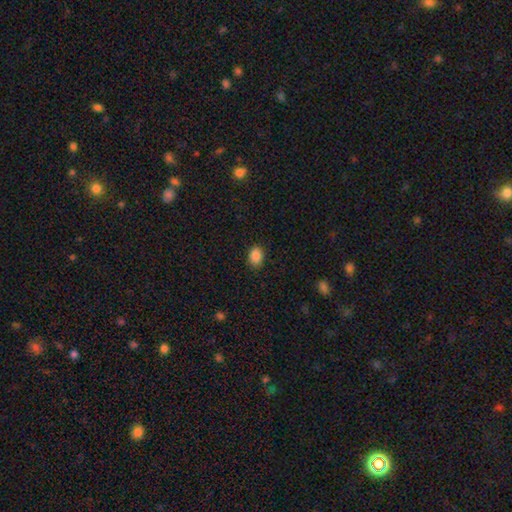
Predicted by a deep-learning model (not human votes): Morphology: type=smooth (87%); roundness=in between (73%); merging=none (87%).